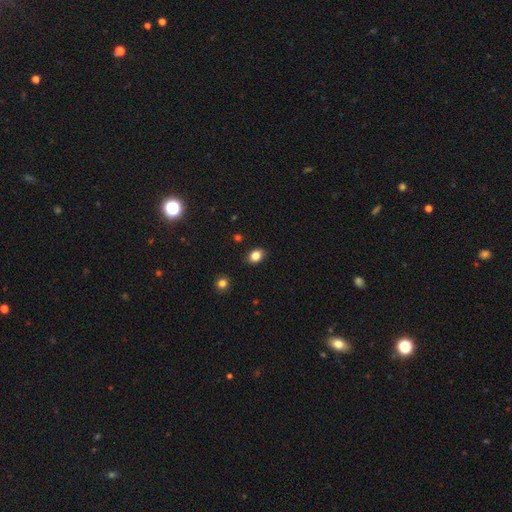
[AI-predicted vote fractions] Overall: smooth (84%). How rounded: in between (69%; round 30%). Merging: none (88%).